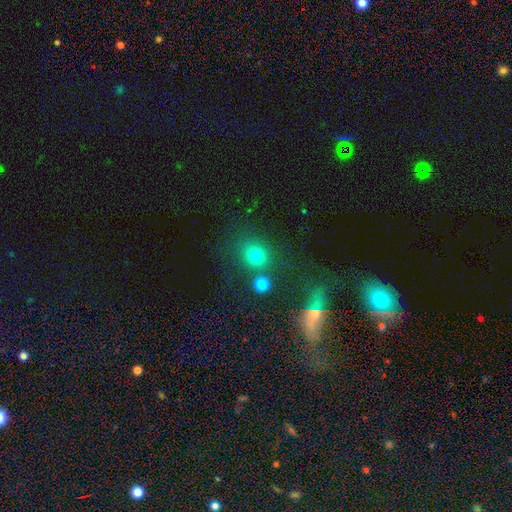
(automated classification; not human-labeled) This appears to be a smooth galaxy with no disk features (76%) that is round (82%). Merging: none (71%).